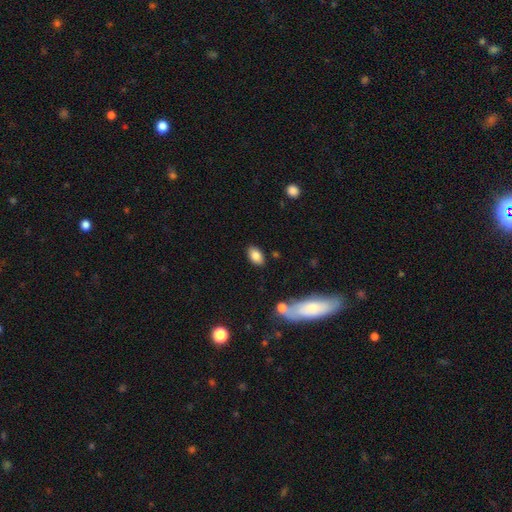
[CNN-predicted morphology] type=smooth (83%); roundness=in between (91%); merging=none (84%).